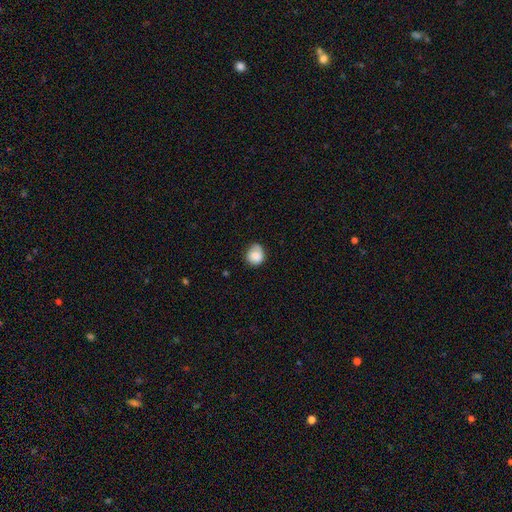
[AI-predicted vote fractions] smooth 82%, featured or disk 10%, star or artifact 8%. Down the decision tree: how rounded — round (78%); merging — none (59%).